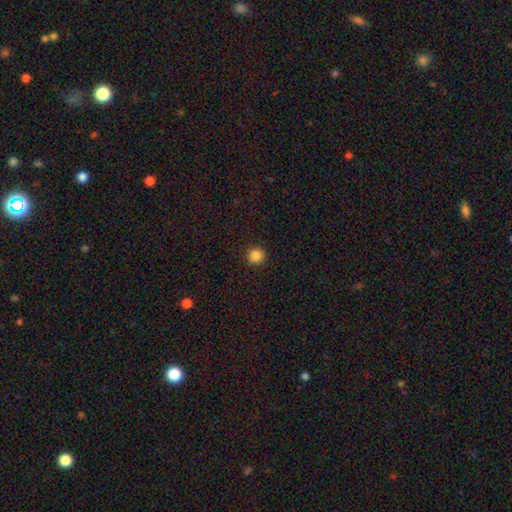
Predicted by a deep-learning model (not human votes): smooth 86%, star or artifact 11%, featured or disk 3%. Down the decision tree: how rounded — round (94%); merging — none (92%).